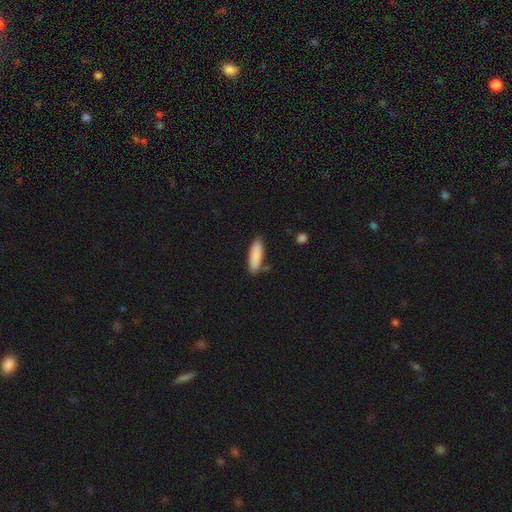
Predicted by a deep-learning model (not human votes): Q: Smooth or featured?
A: smooth (88%); runner-up: featured or disk (6%)
Q: How rounded?
A: cigar-shaped (51%); runner-up: in between (48%)
Q: Merging?
A: none (76%); runner-up: minor disturbance (16%)